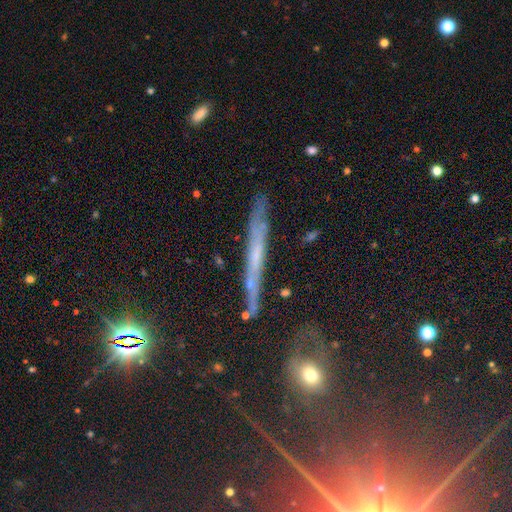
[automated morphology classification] smooth-or-featured: featured or disk: 55% | smooth: 32% | star or artifact: 13%
  disk-edge-on: yes: 87% | no: 13%
  merging: none: 78% | minor disturbance: 16% | major disturbance: 3% | merger: 3%